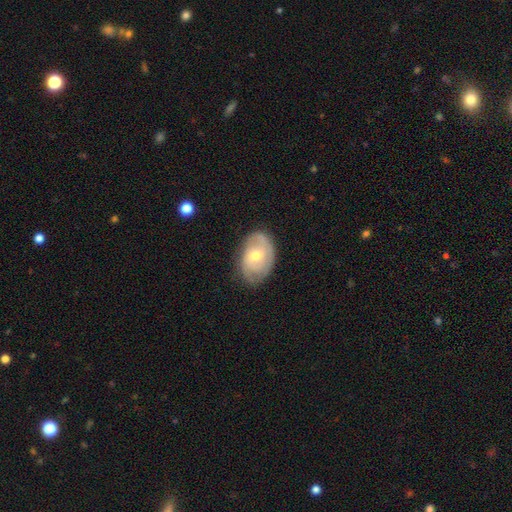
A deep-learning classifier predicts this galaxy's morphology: This appears to be a featured or disk galaxy (62%) with no bar (60%), spiral arms (79%) and a moderate central bulge (61%). Merging: none (71%).